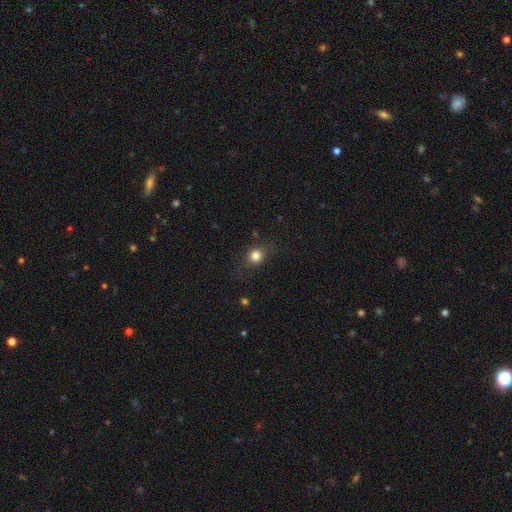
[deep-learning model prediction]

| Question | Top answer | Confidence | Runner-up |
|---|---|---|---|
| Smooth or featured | smooth | 78% | star or artifact (12%) |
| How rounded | round | 75% | in between (23%) |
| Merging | none | 76% | minor disturbance (16%) |